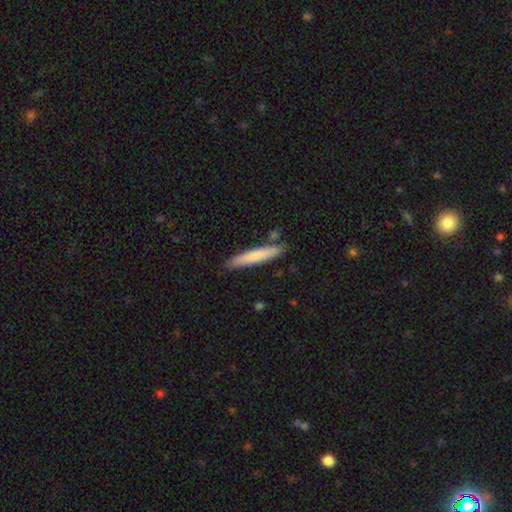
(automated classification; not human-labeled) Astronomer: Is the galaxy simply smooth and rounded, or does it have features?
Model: smooth — 75%.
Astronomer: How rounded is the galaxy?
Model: cigar-shaped — 94%.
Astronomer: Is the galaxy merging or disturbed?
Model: none — 85%.